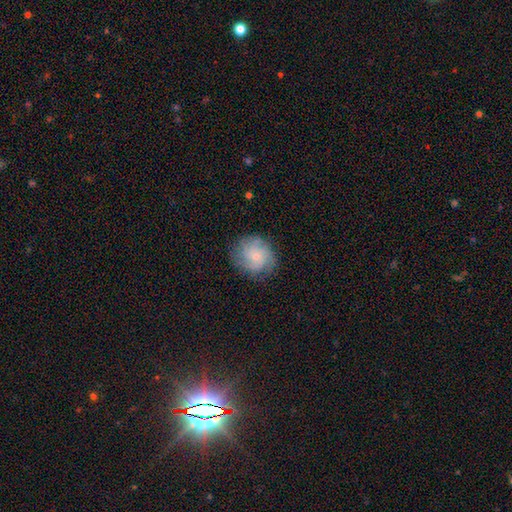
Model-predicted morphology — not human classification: Overall: featured or disk (49%; smooth 42%). Merging: none (75%).